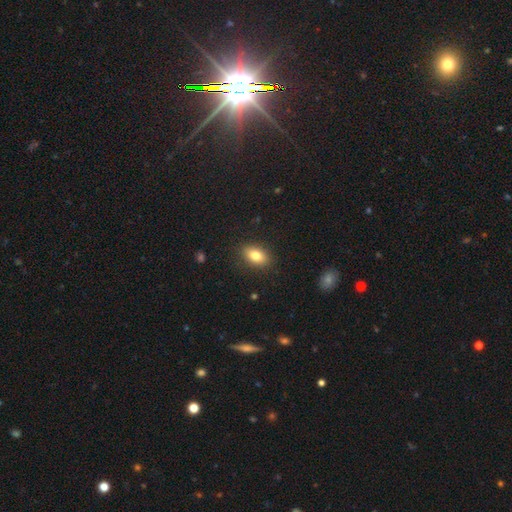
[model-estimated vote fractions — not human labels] A smooth galaxy with no disk features (80%) that is in between round and cigar-shaped (85%).

Vote fractions:
- Smooth or featured? smooth: 80% / featured or disk: 11% / star or artifact: 9%
- How rounded? in between: 85% / round: 13% / cigar-shaped: 2%
- Merging? none: 88% / minor disturbance: 9% / major disturbance: 2% / merger: 1%